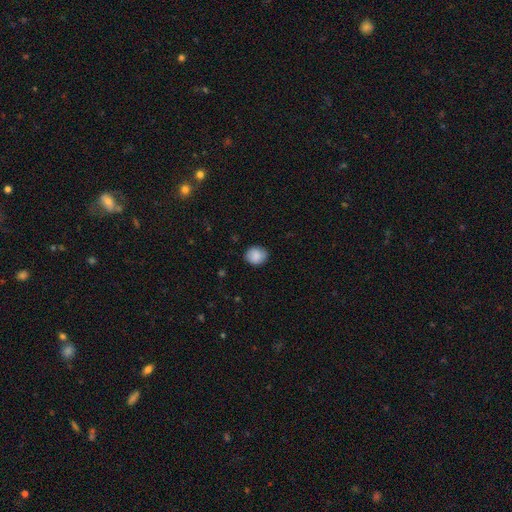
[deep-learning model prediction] A smooth galaxy with no disk features (86%) that is round (72%).

Vote fractions:
- Smooth or featured? smooth: 86% / star or artifact: 8% / featured or disk: 6%
- How rounded? round: 72% / in between: 27% / cigar-shaped: 1%
- Merging? none: 85% / minor disturbance: 12% / major disturbance: 3% / merger: 1%